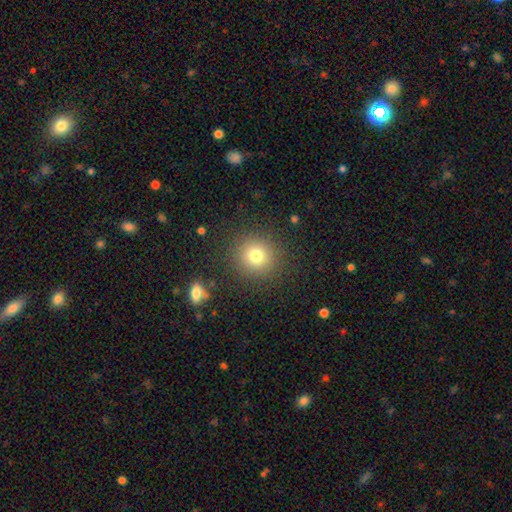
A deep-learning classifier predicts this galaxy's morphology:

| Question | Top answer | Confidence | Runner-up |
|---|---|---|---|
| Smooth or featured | smooth | 76% | star or artifact (15%) |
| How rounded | round | 92% | in between (7%) |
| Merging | none | 89% | minor disturbance (7%) |